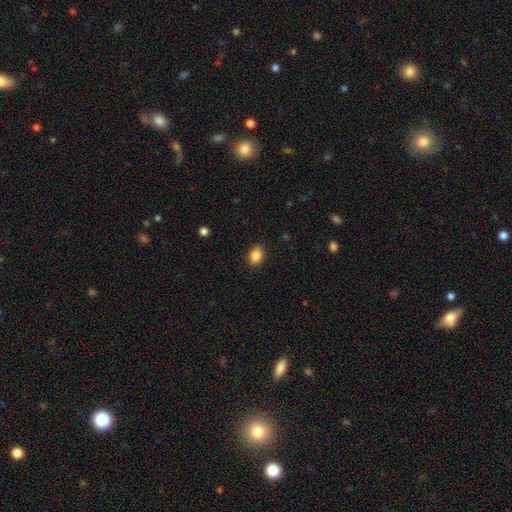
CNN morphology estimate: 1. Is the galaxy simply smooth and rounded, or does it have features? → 85% smooth, 9% star or artifact, 6% featured or disk.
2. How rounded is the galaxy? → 74% in between, 25% round, 1% cigar-shaped.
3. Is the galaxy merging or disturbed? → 88% none, 9% minor disturbance, 2% major disturbance, 1% merger.